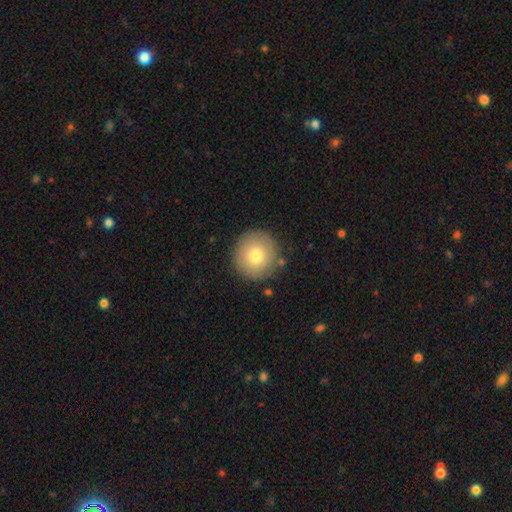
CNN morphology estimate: Q: Smooth or featured?
A: smooth (78%); runner-up: featured or disk (14%)
Q: How rounded?
A: round (95%); runner-up: in between (4%)
Q: Merging?
A: none (86%); runner-up: minor disturbance (9%)